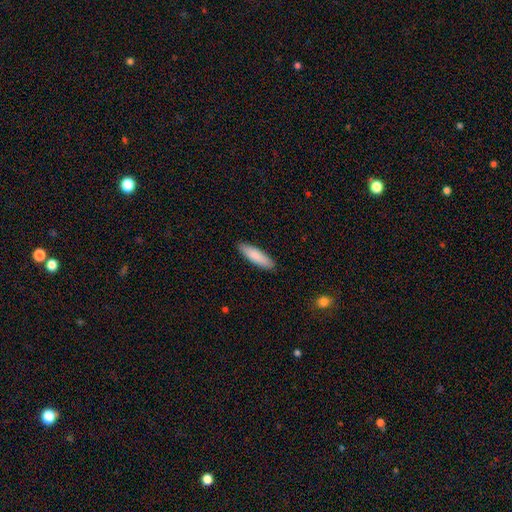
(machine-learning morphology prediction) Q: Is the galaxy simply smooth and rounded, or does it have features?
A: smooth — 87%.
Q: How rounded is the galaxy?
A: cigar-shaped — 60%.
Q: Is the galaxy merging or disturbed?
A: none — 89%.